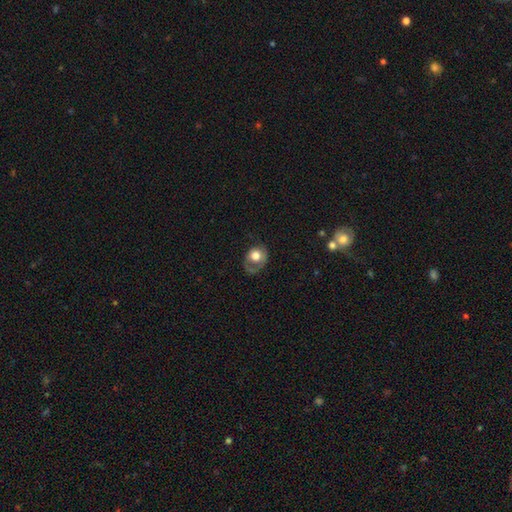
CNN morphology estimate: Smooth or featured?
  - smooth: 60% *
  - featured or disk: 32%
  - star or artifact: 8%
How rounded?
  - round: 57% *
  - in between: 42%
  - cigar-shaped: 1%
Merging?
  - none: 44% *
  - minor disturbance: 27%
  - major disturbance: 27%
  - merger: 2%